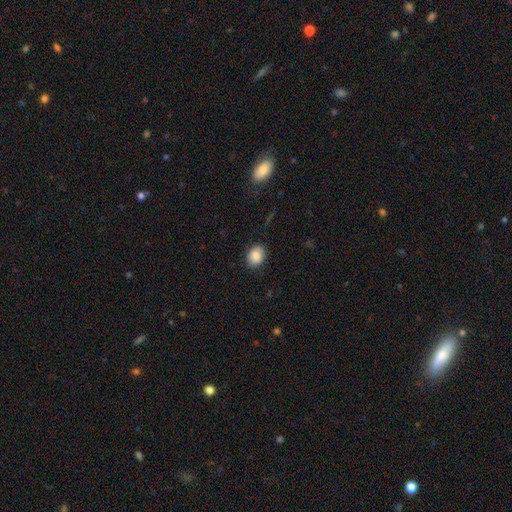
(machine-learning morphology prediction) smooth-or-featured: smooth: 87% | star or artifact: 8% | featured or disk: 5%
  how-rounded: in between: 66% | round: 33% | cigar-shaped: 1%
  merging: none: 86% | minor disturbance: 11% | major disturbance: 2% | merger: 1%